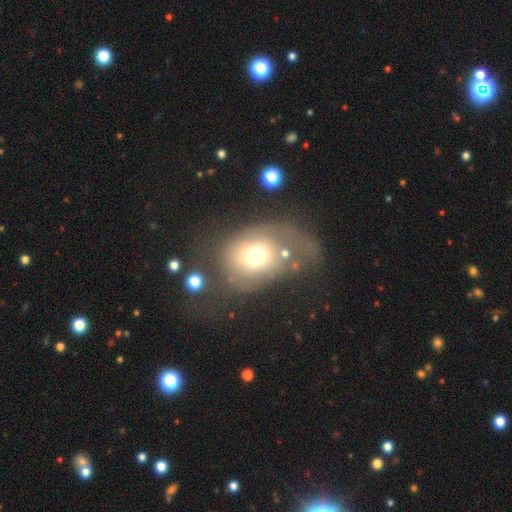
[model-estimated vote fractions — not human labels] A smooth galaxy with no disk features (59%) that is round (51%).

Vote fractions:
- Smooth or featured? smooth: 59% / featured or disk: 29% / star or artifact: 12%
- How rounded? round: 51% / in between: 48% / cigar-shaped: 1%
- Merging? major disturbance: 43% / none: 30% / minor disturbance: 19% / merger: 8%